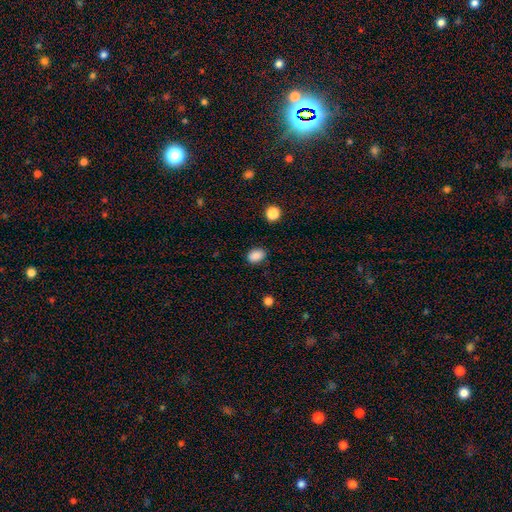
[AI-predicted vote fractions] smooth 88%, star or artifact 9%, featured or disk 3%. Down the decision tree: how rounded — in between (73%); merging — none (86%).